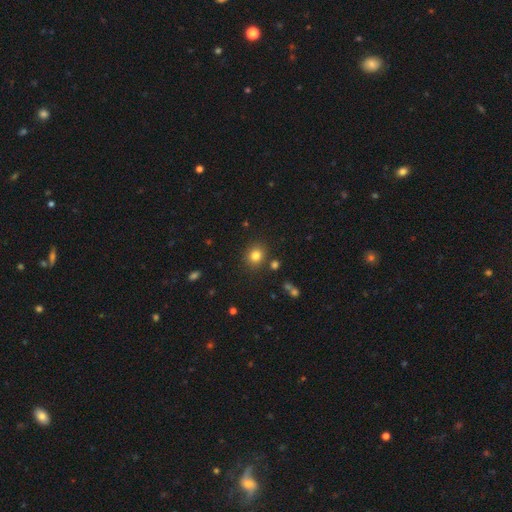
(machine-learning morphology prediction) Smooth or featured? smooth (81%)
How rounded? round (73%)
Merging? none (84%)